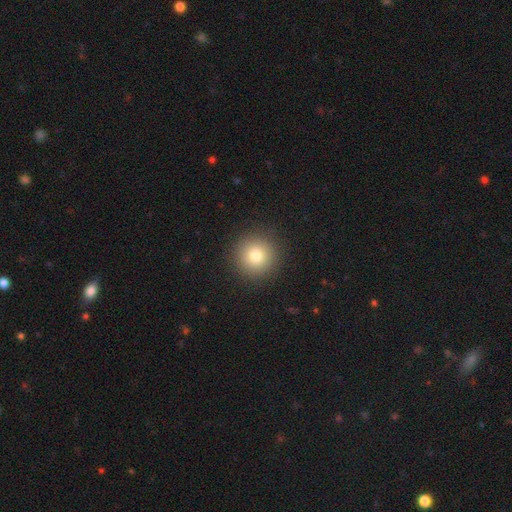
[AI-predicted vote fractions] Smooth or featured?
  - smooth: 79% *
  - star or artifact: 12%
  - featured or disk: 9%
How rounded?
  - round: 95% *
  - in between: 4%
  - cigar-shaped: 1%
Merging?
  - none: 91% *
  - minor disturbance: 5%
  - major disturbance: 2%
  - merger: 1%